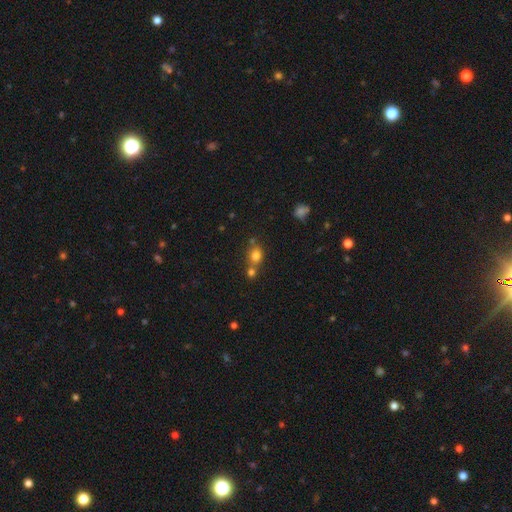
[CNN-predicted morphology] A smooth galaxy with no disk features (77%) that is round (66%). Merging: none (50%).